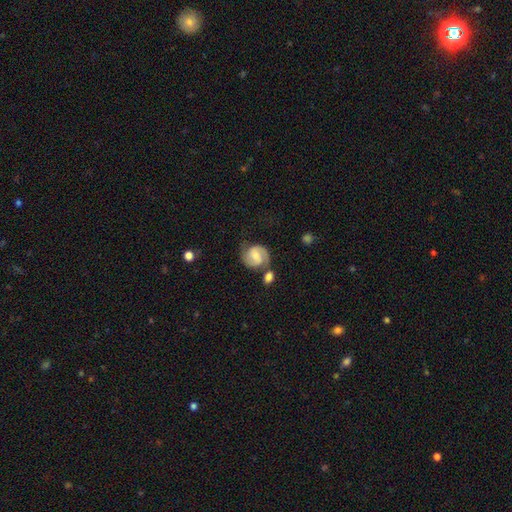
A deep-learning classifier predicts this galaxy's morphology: type=featured or disk (67%); edge-on=no (98%); bar=weak (51%); spiral arms=yes (93%); winding=medium (48%); arm count=2 (87%); bulge=moderate (42%); merging=none (58%).